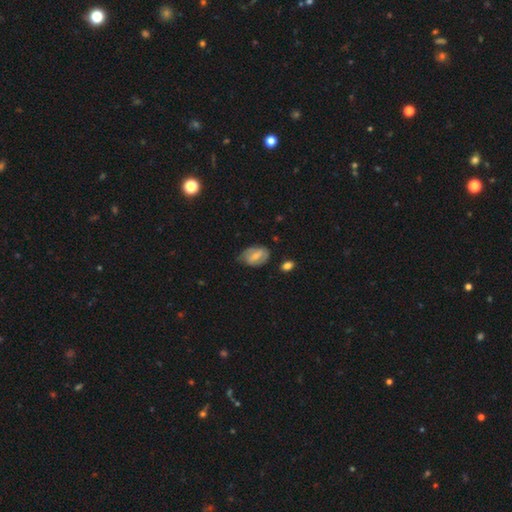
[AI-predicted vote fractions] smooth-or-featured: smooth: 50% | featured or disk: 43% | star or artifact: 7%
  how-rounded: in between: 84% | round: 14% | cigar-shaped: 2%
  merging: none: 62% | minor disturbance: 28% | major disturbance: 7% | merger: 2%